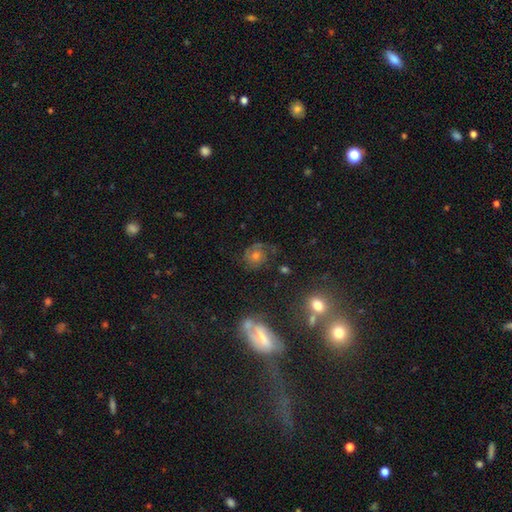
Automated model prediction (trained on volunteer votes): Smooth or featured? Predicted: featured or disk (p=0.54). Edge-on disk? Predicted: no (p=0.94). Bar? Predicted: no (p=0.68). Spiral arms? Predicted: yes (p=0.82). Bulge size? Predicted: moderate (p=0.54). Merging? Predicted: none (p=0.65).